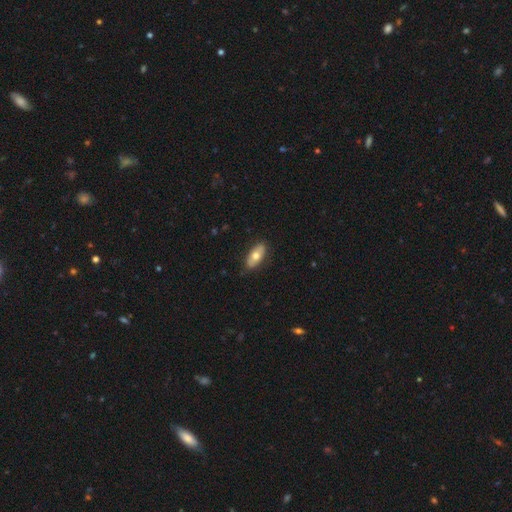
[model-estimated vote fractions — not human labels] This appears to be a smooth galaxy with no disk features (65%) that is in between round and cigar-shaped (88%). Merging: none (84%).